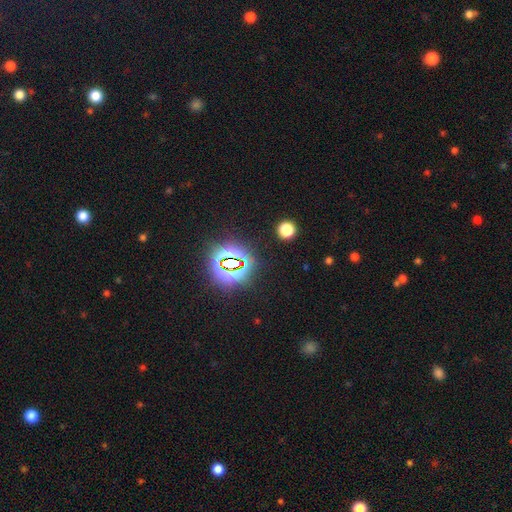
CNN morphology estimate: This appears to be a star or artifact, not a galaxy (82%).